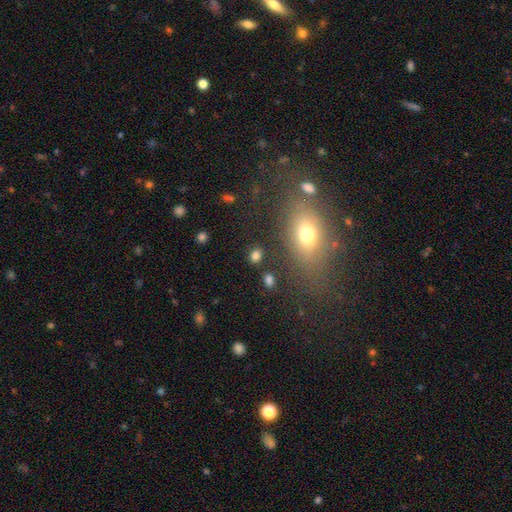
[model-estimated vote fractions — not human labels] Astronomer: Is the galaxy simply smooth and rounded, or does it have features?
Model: smooth — 80%.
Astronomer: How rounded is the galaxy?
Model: in between — 52% (runner-up: round, 46%).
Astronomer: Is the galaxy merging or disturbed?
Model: none — 83%.